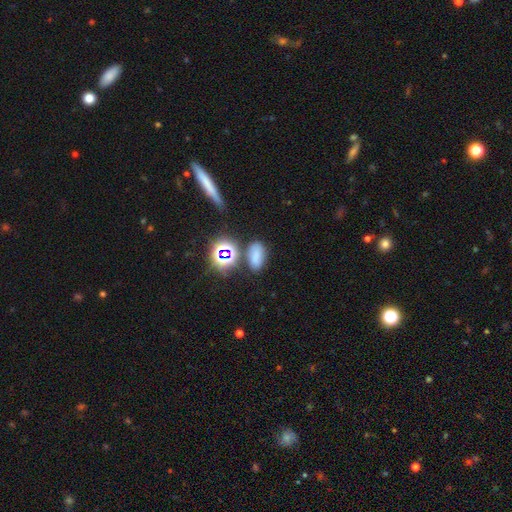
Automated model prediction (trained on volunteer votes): Q: Smooth or featured?
A: smooth (66%); runner-up: star or artifact (25%)
Q: How rounded?
A: in between (82%); runner-up: round (14%)
Q: Merging?
A: none (70%); runner-up: minor disturbance (15%)